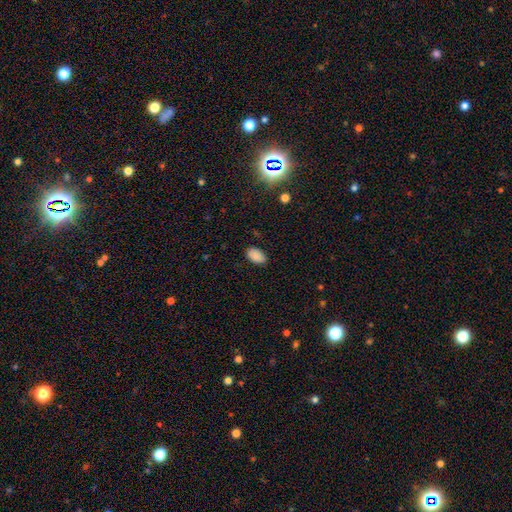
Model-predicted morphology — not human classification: Smooth or featured? Predicted: smooth (p=0.87). How rounded? Predicted: in between (p=0.93). Merging? Predicted: none (p=0.85).